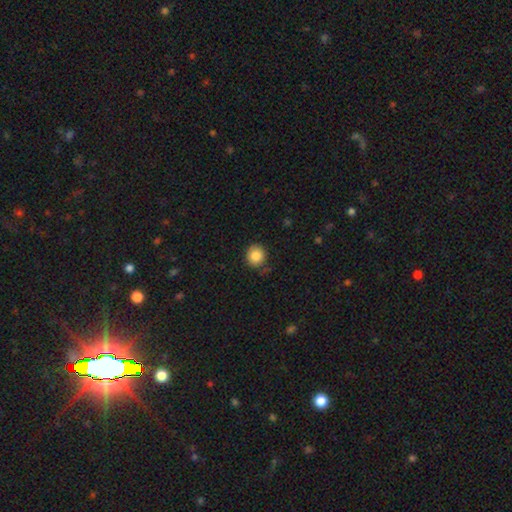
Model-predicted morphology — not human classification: Overall: smooth (84%). How rounded: round (88%). Merging: none (81%).